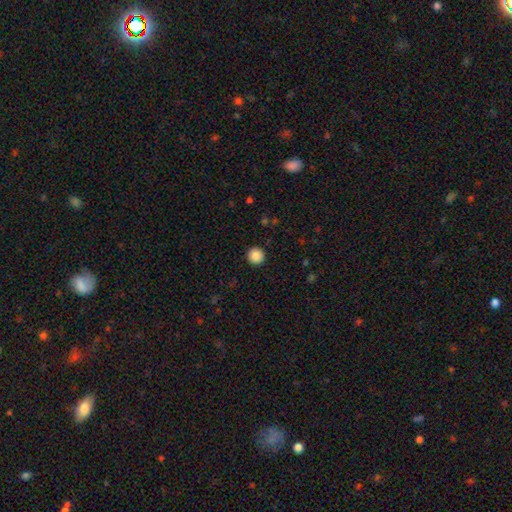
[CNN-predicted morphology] smooth-or-featured: smooth: 87% | star or artifact: 9% | featured or disk: 3%
  how-rounded: round: 95% | in between: 4% | cigar-shaped: 1%
  merging: none: 93% | minor disturbance: 4% | major disturbance: 2% | merger: 1%